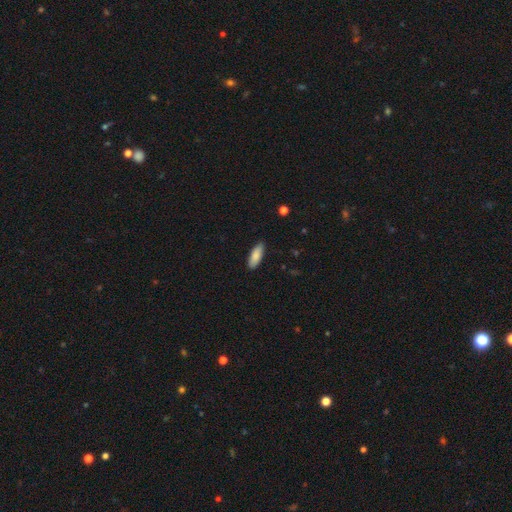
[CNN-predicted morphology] smooth-or-featured: smooth: 87% | featured or disk: 7% | star or artifact: 6%
  how-rounded: in between: 68% | cigar-shaped: 30% | round: 2%
  merging: none: 87% | minor disturbance: 10% | major disturbance: 2% | merger: 1%